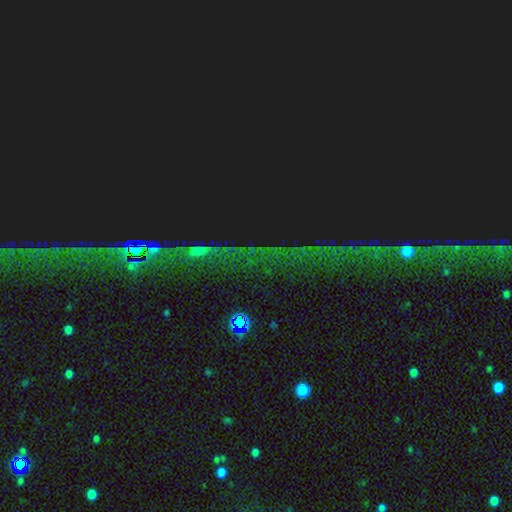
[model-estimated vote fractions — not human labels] smooth_or_featured: star or artifact (p=0.84) [alt: featured or disk p=0.08]